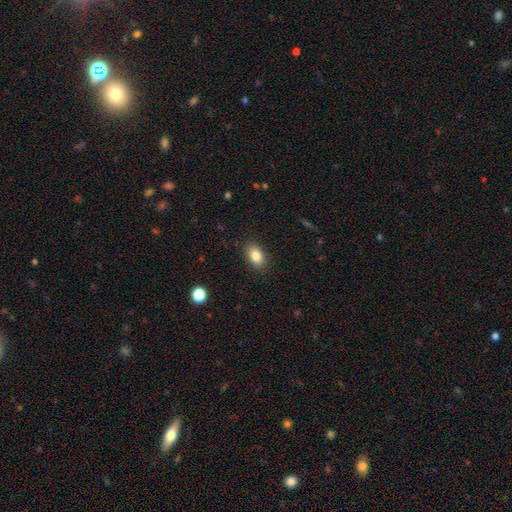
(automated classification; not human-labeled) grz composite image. It shows a smooth galaxy with no disk features (84%) that is in between round and cigar-shaped (86%). Merging: none (87%).